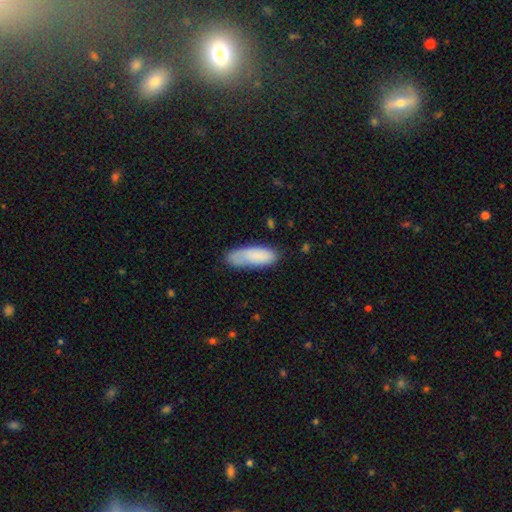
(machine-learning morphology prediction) smooth 84%, featured or disk 10%, star or artifact 6%. Down the decision tree: how rounded — in between (68%); merging — none (64%).